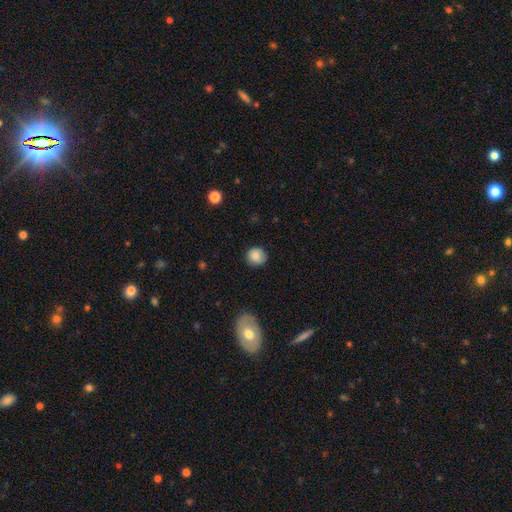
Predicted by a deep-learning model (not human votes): A smooth galaxy with no disk features (86%) that is round (88%).

Vote fractions:
- Smooth or featured? smooth: 86% / star or artifact: 9% / featured or disk: 5%
- How rounded? round: 88% / in between: 11% / cigar-shaped: 1%
- Merging? none: 86% / minor disturbance: 11% / major disturbance: 3% / merger: 1%